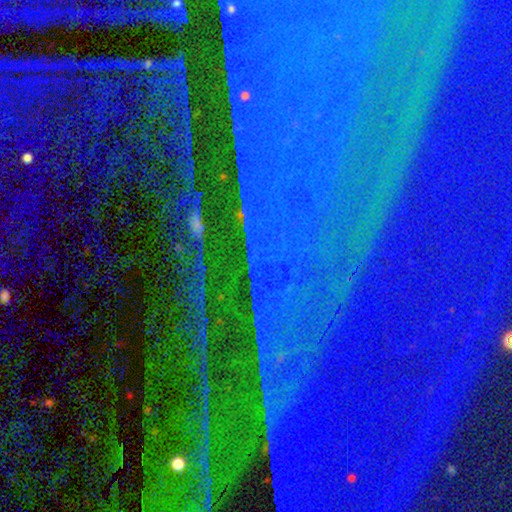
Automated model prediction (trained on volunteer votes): star or artifact 90%, featured or disk 6%, smooth 4%.